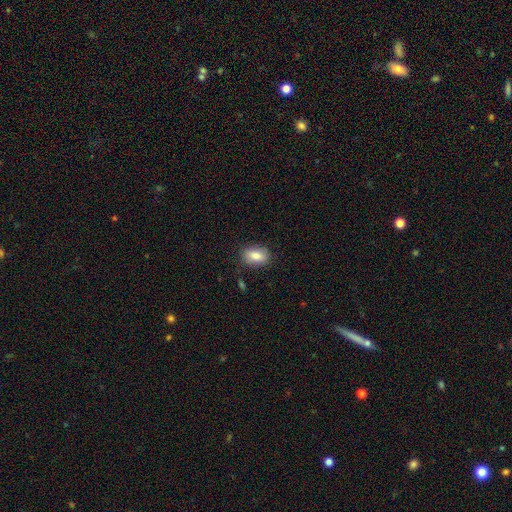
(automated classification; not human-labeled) Smooth or featured?
  - smooth: 84% *
  - featured or disk: 8%
  - star or artifact: 8%
How rounded?
  - in between: 85% *
  - round: 12%
  - cigar-shaped: 2%
Merging?
  - none: 84% *
  - minor disturbance: 12%
  - major disturbance: 3%
  - merger: 1%